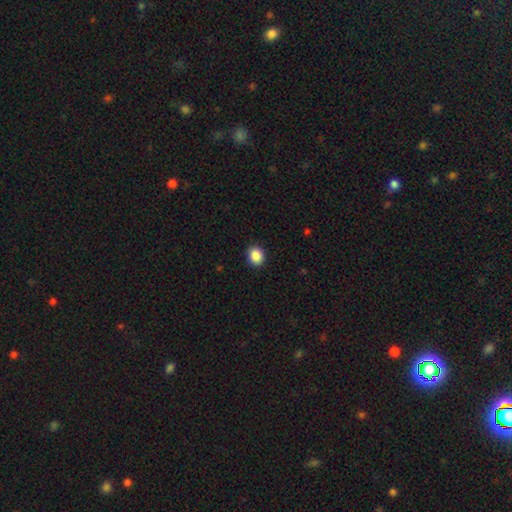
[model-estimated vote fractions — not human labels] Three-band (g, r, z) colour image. It shows a smooth galaxy with no disk features (88%) that is round (69%). Merging: none (92%).